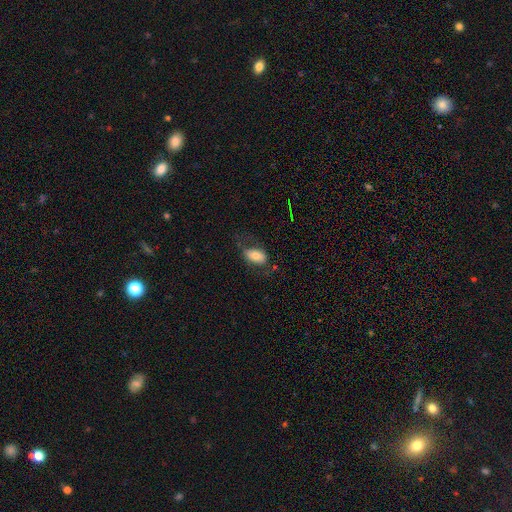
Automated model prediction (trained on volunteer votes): A smooth galaxy with no disk features (69%) that is in between round and cigar-shaped (92%).

Vote fractions:
- Smooth or featured? smooth: 69% / featured or disk: 23% / star or artifact: 8%
- How rounded? in between: 92% / round: 6% / cigar-shaped: 3%
- Merging? none: 57% / minor disturbance: 21% / major disturbance: 19% / merger: 2%